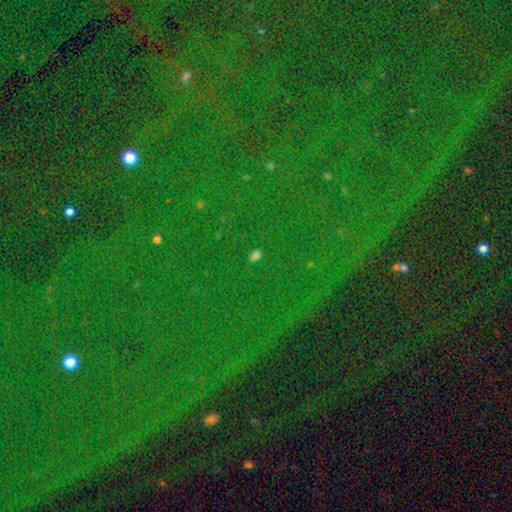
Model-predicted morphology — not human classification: The model was most divided on "smooth or featured": star or artifact: 83%, smooth: 10%, featured or disk: 7%.